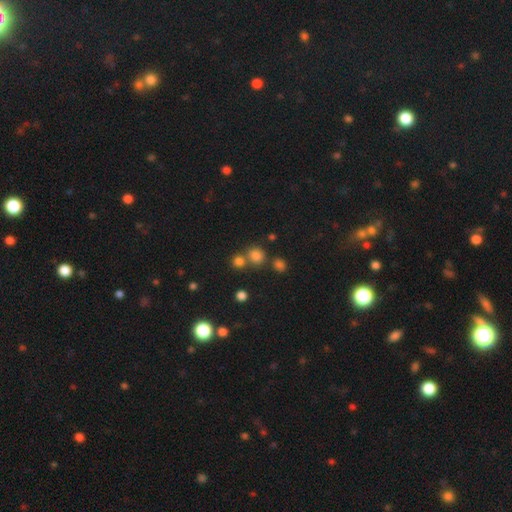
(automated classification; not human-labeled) Q: Smooth or featured?
A: smooth (76%); runner-up: star or artifact (17%)
Q: How rounded?
A: round (84%); runner-up: in between (15%)
Q: Merging?
A: none (62%); runner-up: merger (27%)